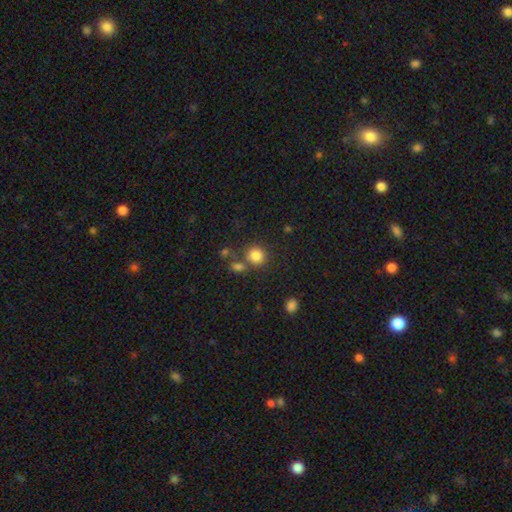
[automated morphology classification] Smooth or featured? Predicted: smooth (p=0.82). How rounded? Predicted: round (p=0.86). Merging? Predicted: none (p=0.69).